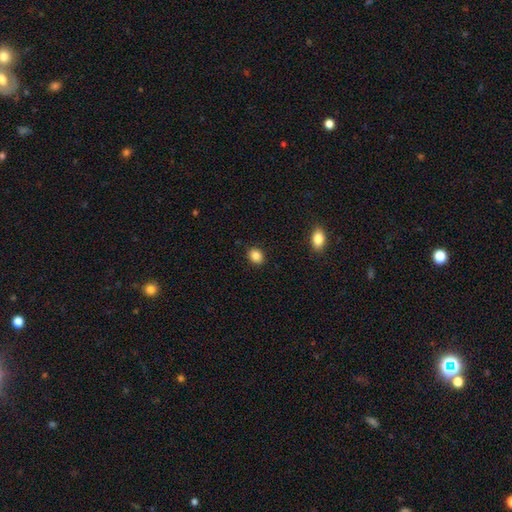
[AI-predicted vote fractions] smooth-or-featured: smooth: 86% | star or artifact: 10% | featured or disk: 4%
  how-rounded: round: 50% | in between: 49% | cigar-shaped: 1%
  merging: none: 90% | minor disturbance: 7% | major disturbance: 2% | merger: 1%